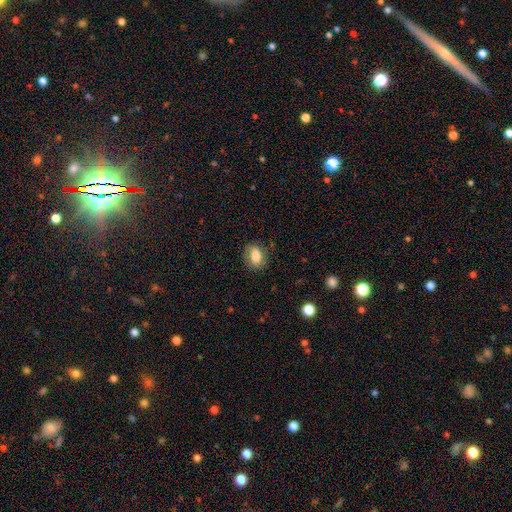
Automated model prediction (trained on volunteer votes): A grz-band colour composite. It shows a smooth galaxy with no disk features (73%) that is in between round and cigar-shaped (71%). Merging: none (78%).